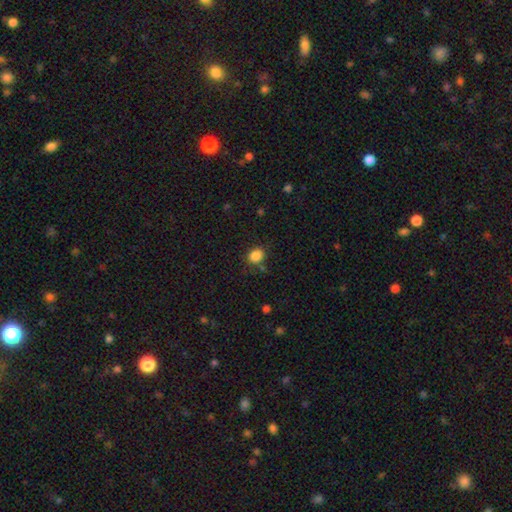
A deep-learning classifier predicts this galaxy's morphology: Smooth or featured: smooth — 85% (star or artifact — 11%)
How rounded: round — 53% (in between — 46%)
Merging: none — 77% (minor disturbance — 15%)